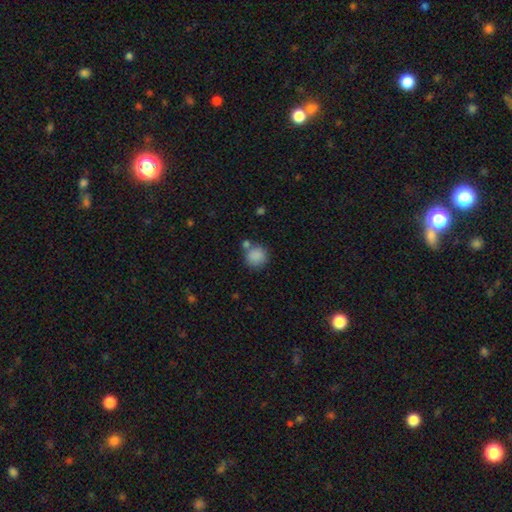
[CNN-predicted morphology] A smooth galaxy with no disk features (86%) that is round (88%).

Vote fractions:
- Smooth or featured? smooth: 86% / star or artifact: 9% / featured or disk: 5%
- How rounded? round: 88% / in between: 11% / cigar-shaped: 1%
- Merging? none: 67% / merger: 16% / minor disturbance: 12% / major disturbance: 5%